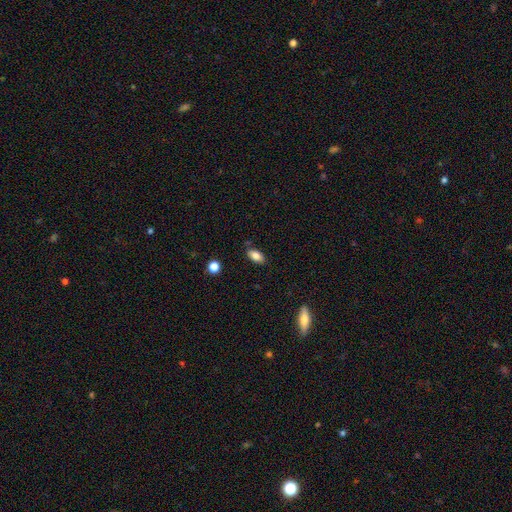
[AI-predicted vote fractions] A smooth galaxy with no disk features (84%) that is in between round and cigar-shaped (90%).

Vote fractions:
- Smooth or featured? smooth: 84% / star or artifact: 8% / featured or disk: 8%
- How rounded? in between: 90% / cigar-shaped: 5% / round: 4%
- Merging? none: 81% / minor disturbance: 14% / merger: 3% / major disturbance: 3%